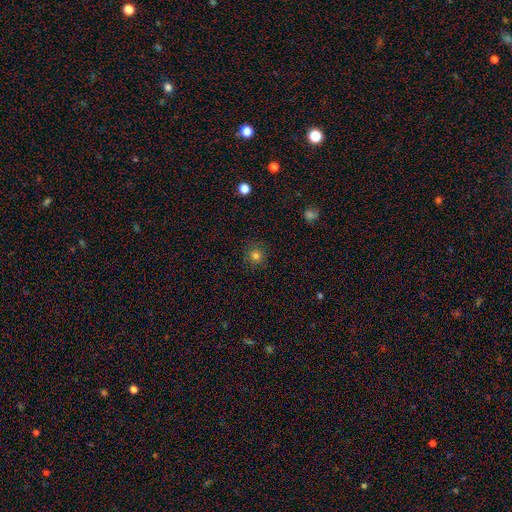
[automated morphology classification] A smooth galaxy with no disk features (79%) that is round (91%).

Vote fractions:
- Smooth or featured? smooth: 79% / star or artifact: 15% / featured or disk: 6%
- How rounded? round: 91% / in between: 8% / cigar-shaped: 1%
- Merging? none: 87% / minor disturbance: 9% / major disturbance: 3% / merger: 1%